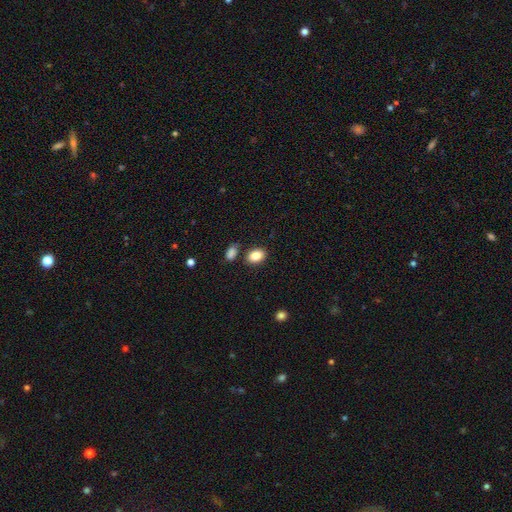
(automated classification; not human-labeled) Smooth or featured?
  - smooth: 85% *
  - star or artifact: 8%
  - featured or disk: 6%
How rounded?
  - in between: 79% *
  - round: 20%
  - cigar-shaped: 1%
Merging?
  - none: 79% *
  - minor disturbance: 11%
  - merger: 8%
  - major disturbance: 3%